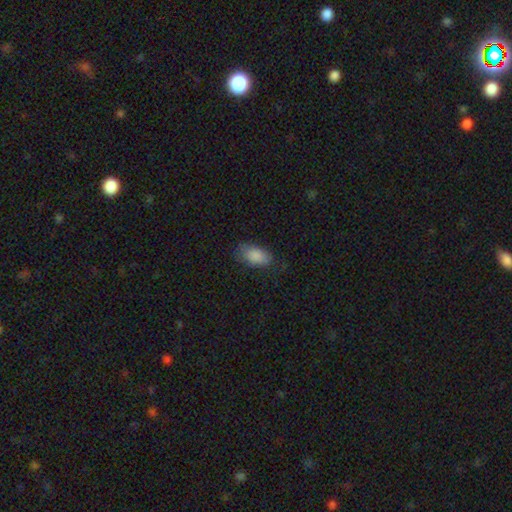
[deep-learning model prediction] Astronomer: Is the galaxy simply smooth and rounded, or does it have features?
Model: smooth — 86%.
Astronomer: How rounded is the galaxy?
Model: in between — 92%.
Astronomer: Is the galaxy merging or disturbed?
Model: none — 70%.